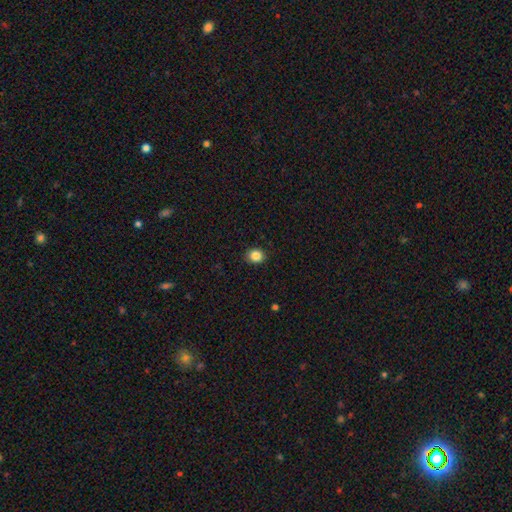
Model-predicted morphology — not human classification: Overall: smooth (85%). How rounded: round (72%). Merging: none (90%).